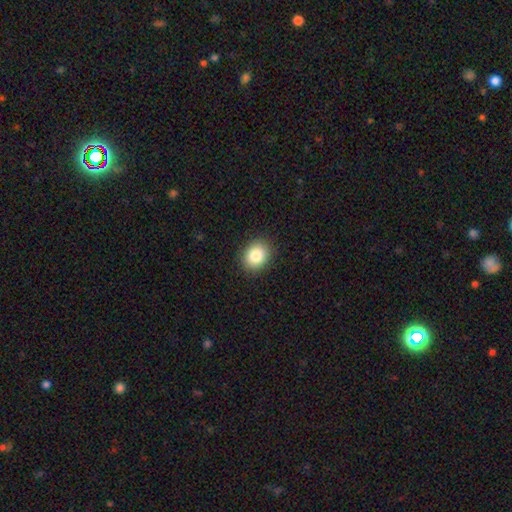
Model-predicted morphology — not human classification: type=smooth (84%); roundness=round (57%); merging=none (90%).